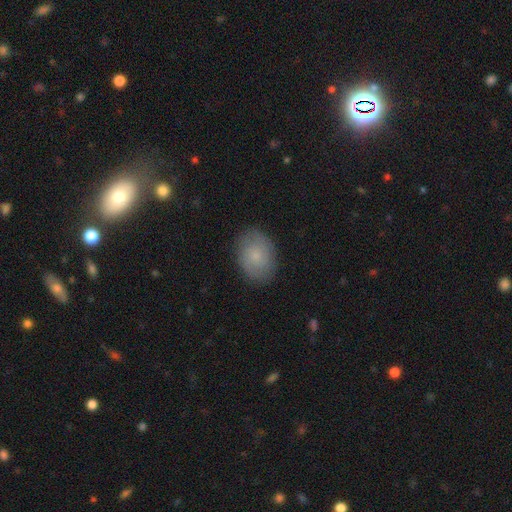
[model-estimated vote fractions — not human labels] Q: Smooth or featured?
A: smooth (63%); runner-up: featured or disk (29%)
Q: How rounded?
A: in between (73%); runner-up: round (26%)
Q: Merging?
A: none (84%); runner-up: minor disturbance (12%)